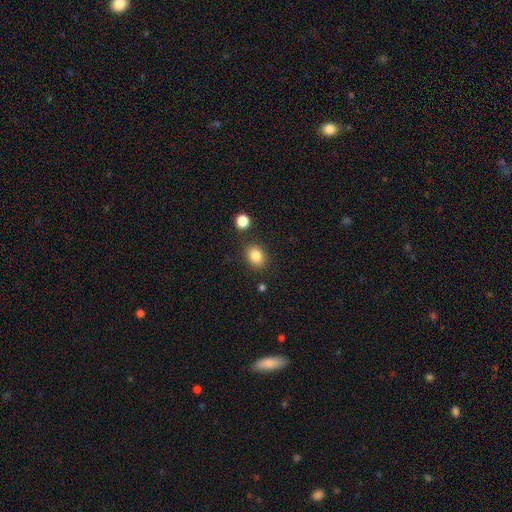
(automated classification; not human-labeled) Morphology: type=smooth (84%); roundness=in between (56%); merging=none (83%).